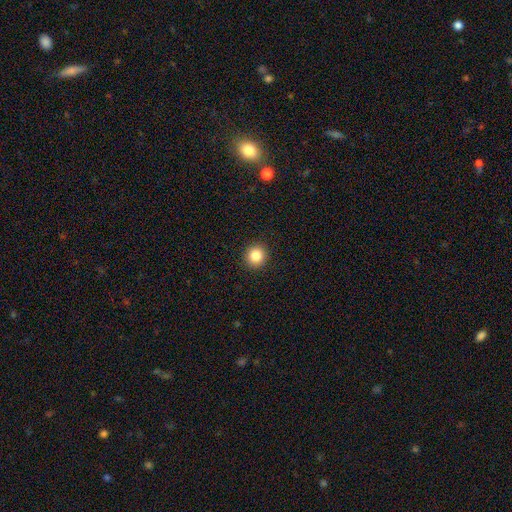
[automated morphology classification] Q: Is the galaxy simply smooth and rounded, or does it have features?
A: smooth — 86%.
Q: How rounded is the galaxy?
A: round — 93%.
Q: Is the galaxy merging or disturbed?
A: none — 92%.